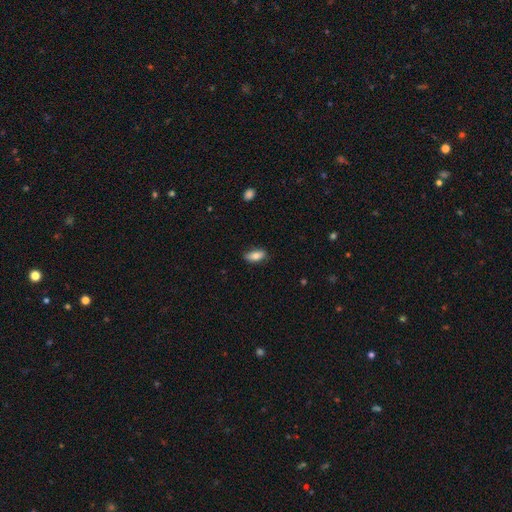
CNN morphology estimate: This is clearly a smooth galaxy (80%). How rounded: clearly in between (85%). Merging: clearly none (80%).